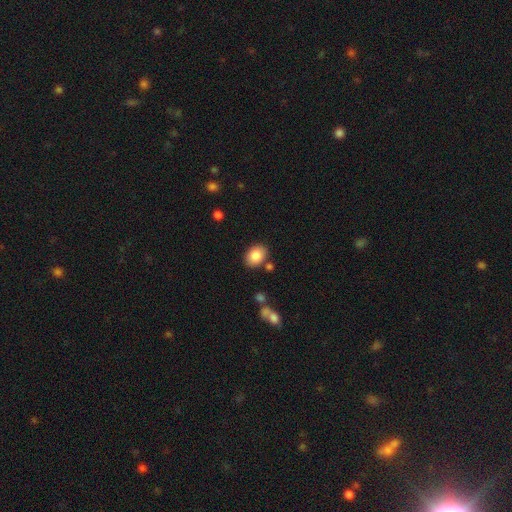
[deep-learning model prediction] smooth-or-featured: smooth: 85% | star or artifact: 8% | featured or disk: 8%
  how-rounded: in between: 73% | round: 26% | cigar-shaped: 1%
  merging: none: 82% | minor disturbance: 11% | merger: 5% | major disturbance: 3%